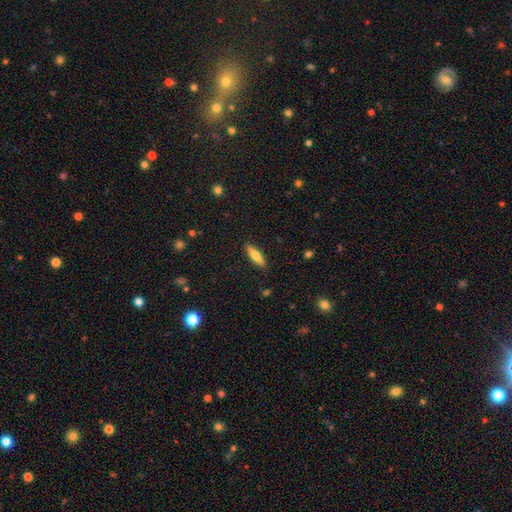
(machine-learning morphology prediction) The model was most divided on "how rounded": cigar-shaped: 63%, in between: 35%, round: 2%. More confident: merging — none (89%); smooth or featured — smooth (65%).